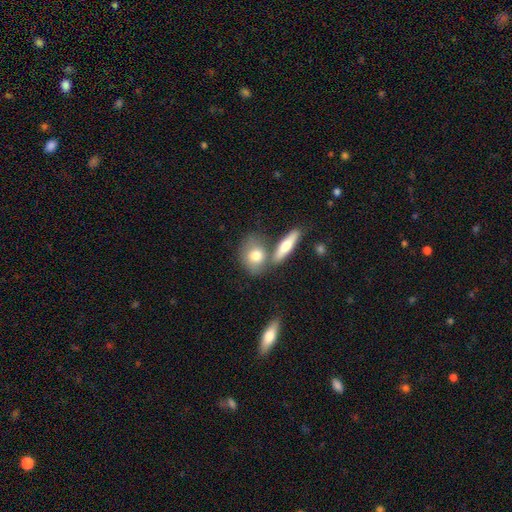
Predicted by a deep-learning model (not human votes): This is likely a smooth galaxy (74%). How rounded: possibly in between (58%). Merging: possibly none (56%).